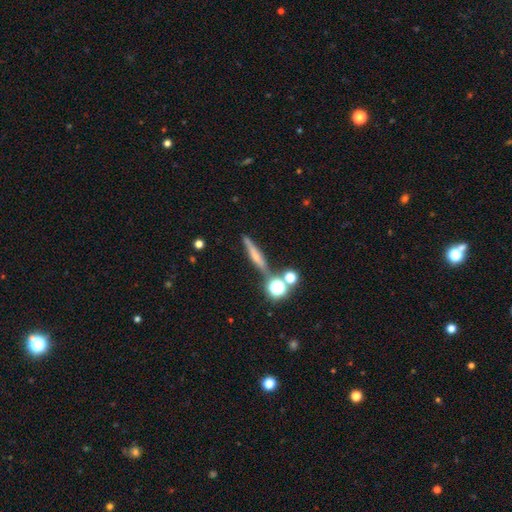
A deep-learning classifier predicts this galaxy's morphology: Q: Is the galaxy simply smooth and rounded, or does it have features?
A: smooth — 44%.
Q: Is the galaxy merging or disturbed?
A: none — 70%.